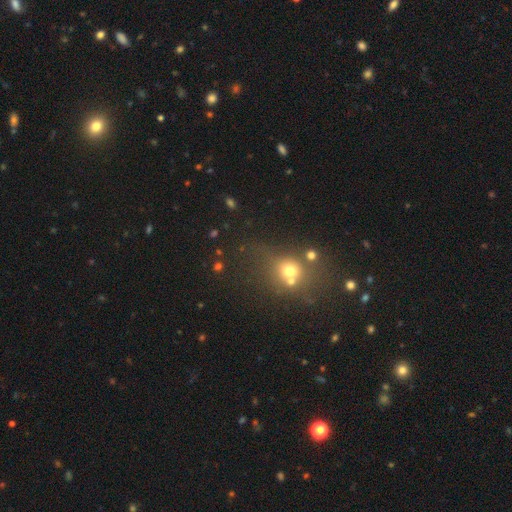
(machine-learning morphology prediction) smooth_or_featured: smooth (p=0.46) [alt: star or artifact p=0.39]
merging: none (p=0.58) [alt: merger p=0.20]